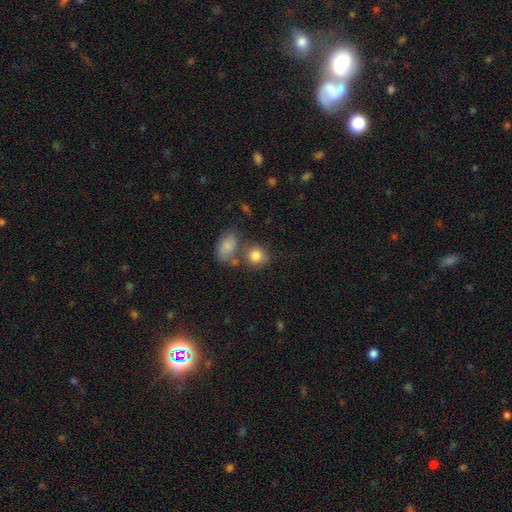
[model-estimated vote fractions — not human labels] A smooth galaxy with no disk features (83%) that is round (72%).

Vote fractions:
- Smooth or featured? smooth: 83% / star or artifact: 9% / featured or disk: 8%
- How rounded? round: 72% / in between: 27% / cigar-shaped: 1%
- Merging? none: 58% / merger: 23% / minor disturbance: 13% / major disturbance: 5%